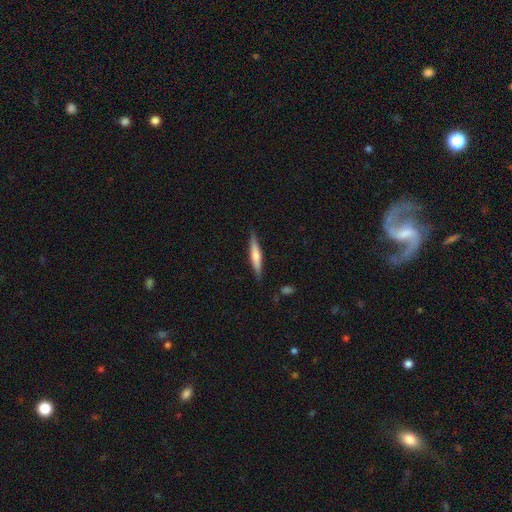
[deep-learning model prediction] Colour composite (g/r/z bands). It shows a smooth galaxy with no disk features (53%) that is cigar-shaped (89%). Merging: none (87%).